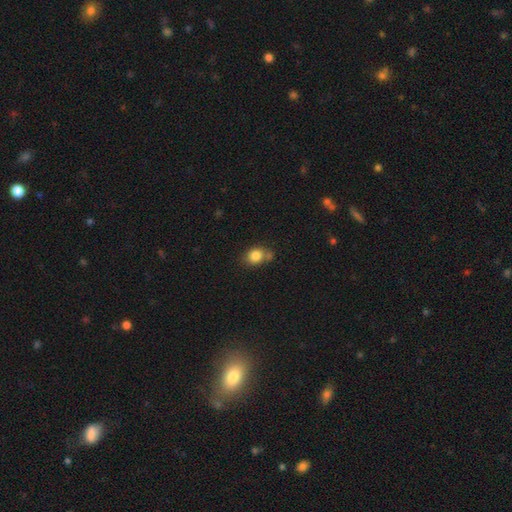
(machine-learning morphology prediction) Smooth or featured: smooth — 83% (star or artifact — 10%)
How rounded: round — 54% (in between — 45%)
Merging: none — 60% (minor disturbance — 18%)